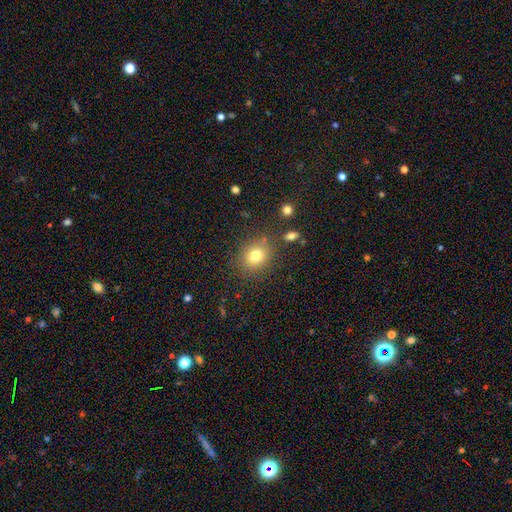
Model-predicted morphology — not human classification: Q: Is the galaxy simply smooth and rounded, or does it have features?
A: smooth — 79%.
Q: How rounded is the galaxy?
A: round — 62%.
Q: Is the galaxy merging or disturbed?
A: none — 80%.